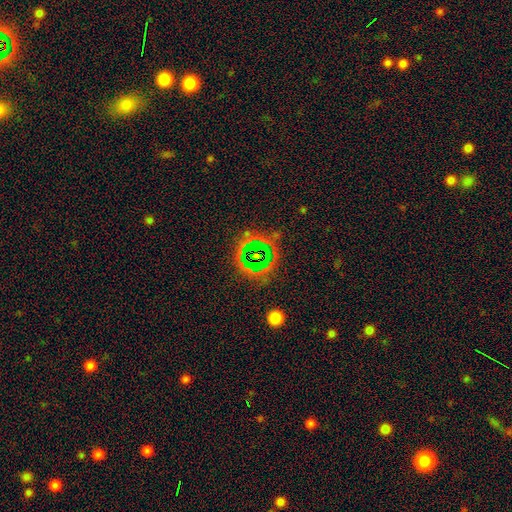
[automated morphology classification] smooth_or_featured: star or artifact (p=0.65) [alt: smooth p=0.21]